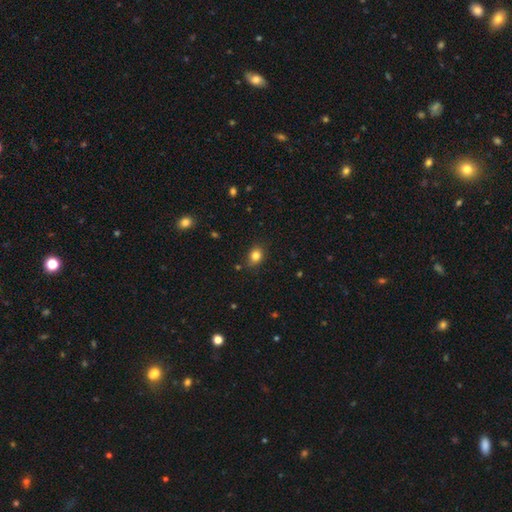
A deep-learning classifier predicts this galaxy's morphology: A smooth galaxy with no disk features (83%) that is in between round and cigar-shaped (54%).

Vote fractions:
- Smooth or featured? smooth: 83% / star or artifact: 11% / featured or disk: 6%
- How rounded? in between: 54% / round: 44% / cigar-shaped: 1%
- Merging? none: 81% / minor disturbance: 15% / major disturbance: 3% / merger: 2%